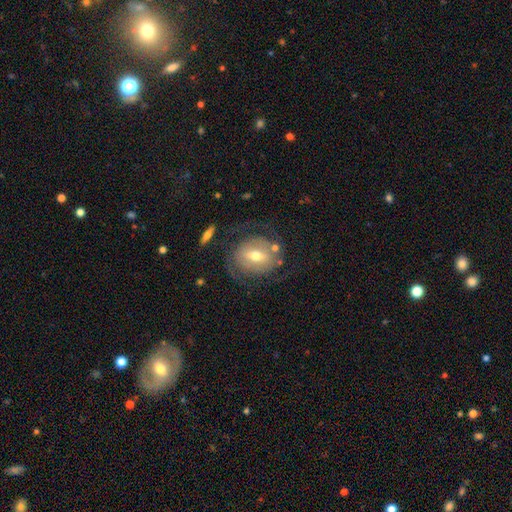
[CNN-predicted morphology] Smooth or featured?
  - featured or disk: 63% *
  - smooth: 29%
  - star or artifact: 8%
Edge-on disk?
  - no: 94% *
  - yes: 6%
Bar?
  - weak: 45% *
  - strong: 30%
  - no: 26%
Spiral arms?
  - yes: 69% *
  - no: 31%
Bulge size?
  - moderate: 69% *
  - small: 22%
  - large: 6%
  - dominant: 1%
  - none: 1%
Merging?
  - none: 61% *
  - minor disturbance: 18%
  - major disturbance: 16%
  - merger: 5%